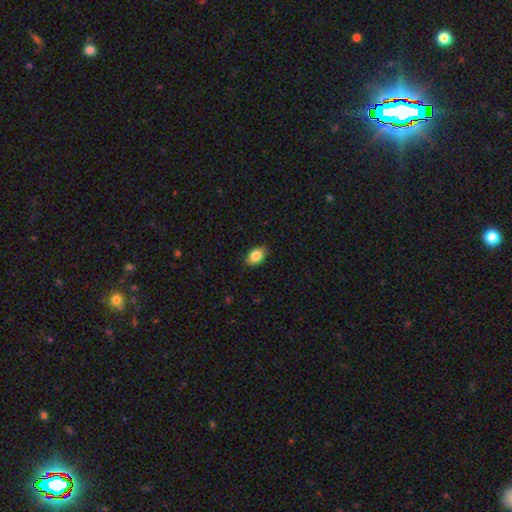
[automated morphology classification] Smooth or featured? smooth (85%)
How rounded? in between (88%)
Merging? none (87%)